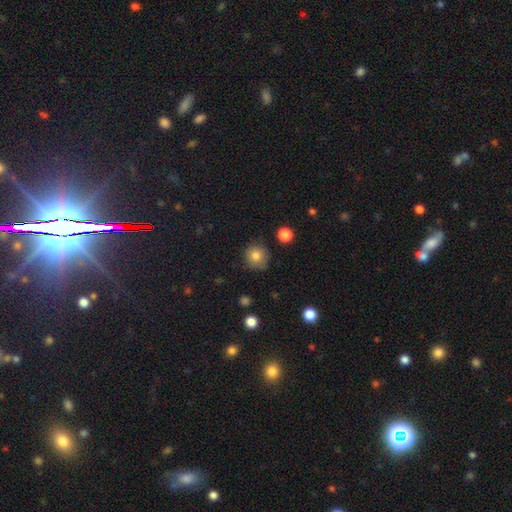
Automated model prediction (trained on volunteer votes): This appears to be a smooth galaxy with no disk features (82%) that is round (91%). Merging: none (83%).